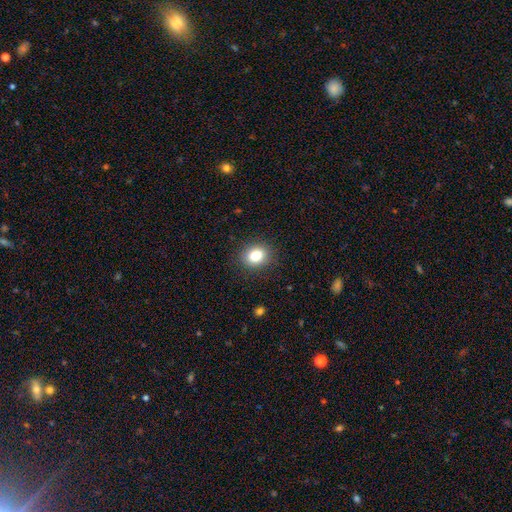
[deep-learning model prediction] Smooth or featured? smooth (82%)
How rounded? round (53%)
Merging? none (89%)